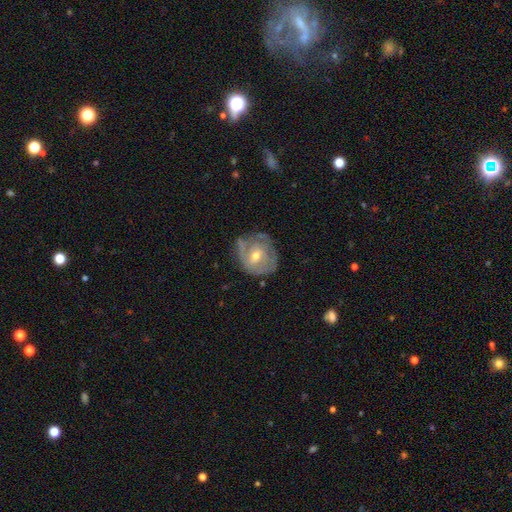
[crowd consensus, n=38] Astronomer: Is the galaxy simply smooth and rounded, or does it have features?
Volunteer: featured or disk — 58% (runner-up: smooth, 34%).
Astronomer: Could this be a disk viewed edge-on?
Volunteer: no — 95%.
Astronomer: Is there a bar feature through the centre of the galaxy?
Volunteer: no — 57% (runner-up: weak, 38%).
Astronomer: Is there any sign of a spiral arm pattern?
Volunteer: yes — 52% (runner-up: no, 48%).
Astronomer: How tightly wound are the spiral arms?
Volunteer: tight — 55%.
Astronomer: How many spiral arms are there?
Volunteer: can't tell — 36% (runner-up: 1, 27%).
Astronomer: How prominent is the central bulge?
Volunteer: moderate — 81%.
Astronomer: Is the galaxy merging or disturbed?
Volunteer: none — 54% (runner-up: minor disturbance, 34%).